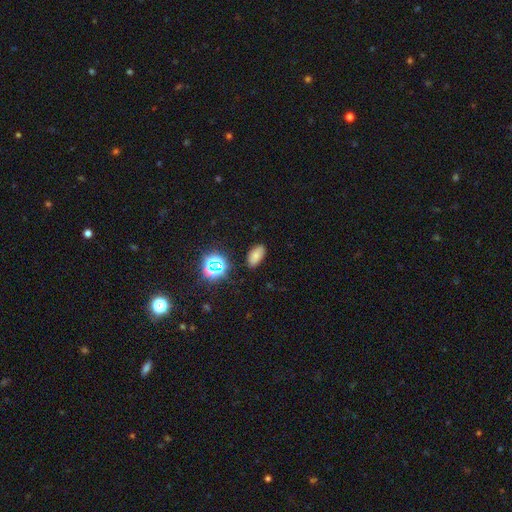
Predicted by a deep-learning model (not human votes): Overall: smooth (71%). How rounded: in between (91%). Merging: none (85%).